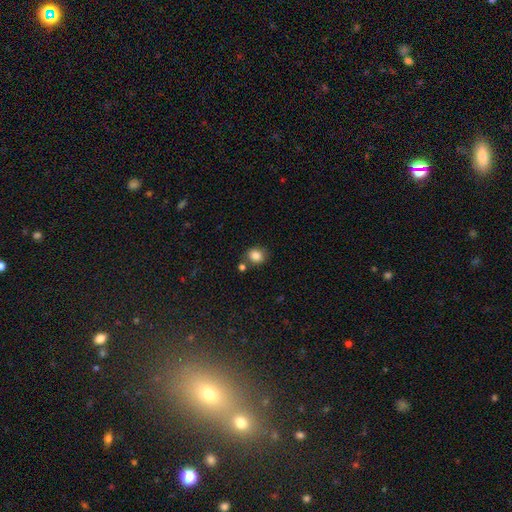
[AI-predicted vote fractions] Smooth or featured? smooth (85%)
How rounded? round (71%)
Merging? none (76%)